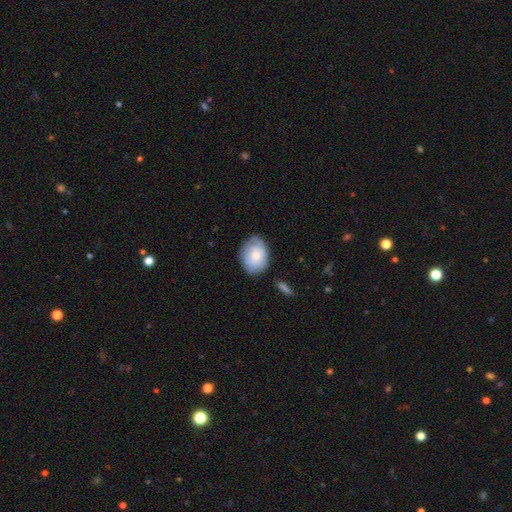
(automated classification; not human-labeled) smooth-or-featured: smooth: 70% | featured or disk: 24% | star or artifact: 7%
  how-rounded: in between: 71% | round: 28% | cigar-shaped: 1%
  merging: none: 71% | minor disturbance: 21% | major disturbance: 5% | merger: 3%